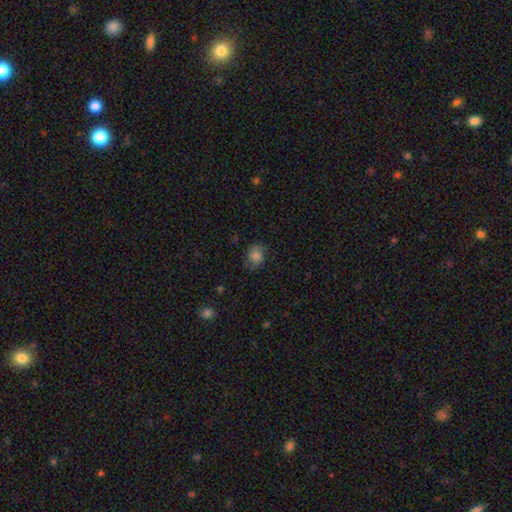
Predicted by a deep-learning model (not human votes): Overall: smooth (64%; featured or disk 25%). How rounded: round (57%; in between 42%). Merging: none (69%).